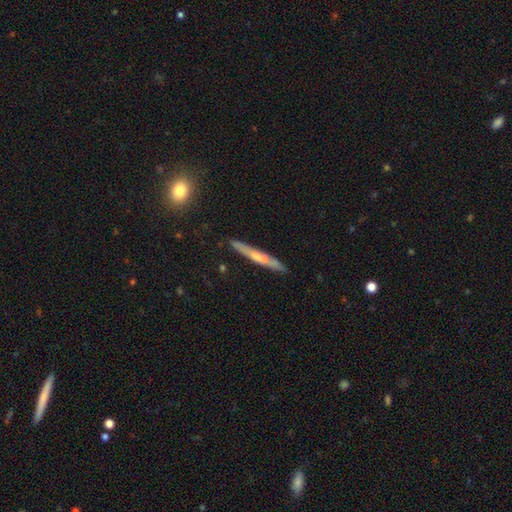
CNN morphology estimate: type=featured or disk (54%); edge-on=yes (92%); merging=none (83%).